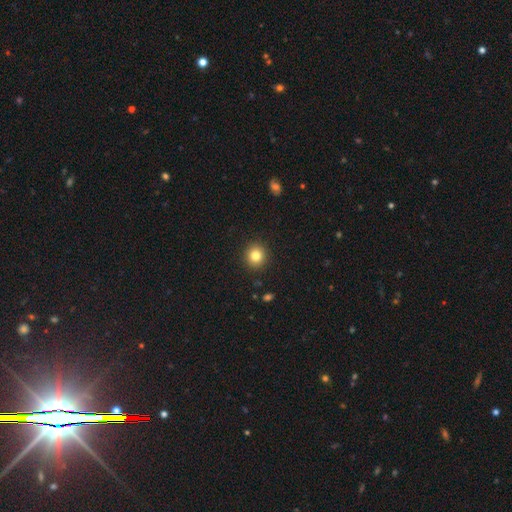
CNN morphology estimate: A smooth galaxy with no disk features (82%) that is round (91%).

Vote fractions:
- Smooth or featured? smooth: 82% / star or artifact: 11% / featured or disk: 7%
- How rounded? round: 91% / in between: 8% / cigar-shaped: 1%
- Merging? none: 92% / minor disturbance: 5% / major disturbance: 2% / merger: 1%